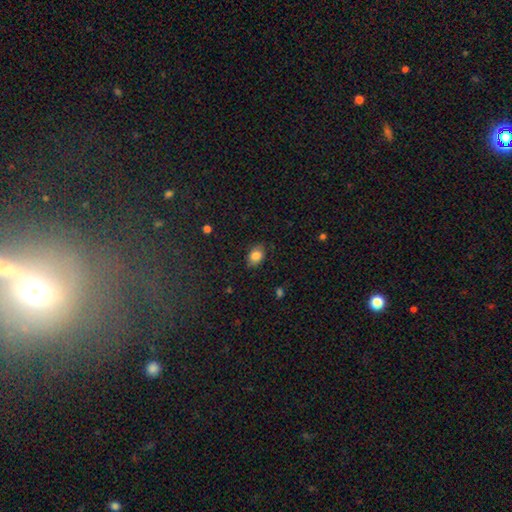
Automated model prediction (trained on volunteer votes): Smooth or featured: smooth — 83% (star or artifact — 9%)
How rounded: in between — 79% (round — 20%)
Merging: none — 81% (minor disturbance — 15%)